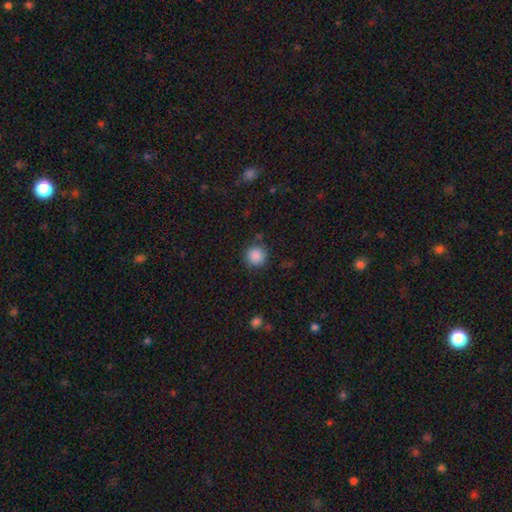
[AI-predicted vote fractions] Q: Smooth or featured?
A: smooth (87%); runner-up: star or artifact (10%)
Q: How rounded?
A: round (94%); runner-up: in between (5%)
Q: Merging?
A: none (84%); runner-up: minor disturbance (10%)